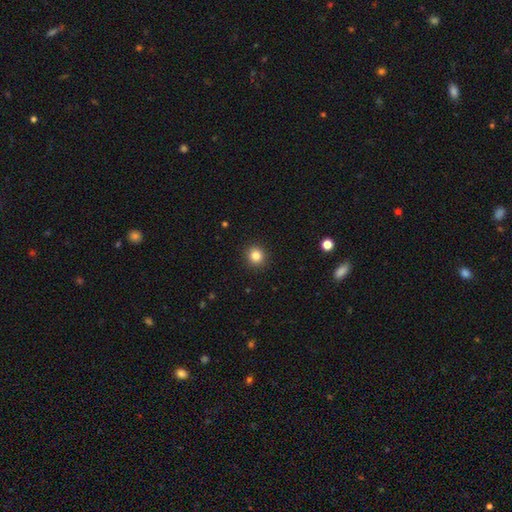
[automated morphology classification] Smooth or featured? smooth (83%)
How rounded? round (89%)
Merging? none (92%)